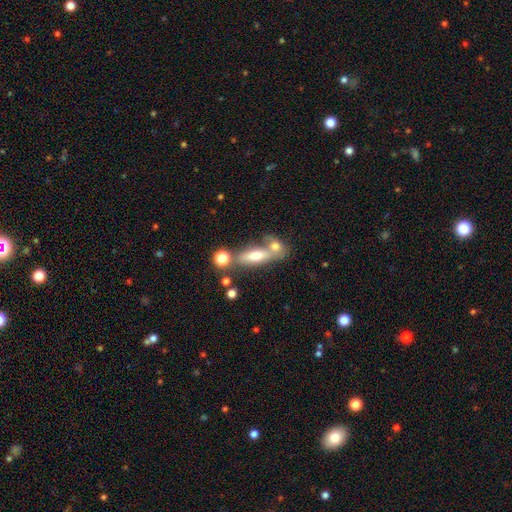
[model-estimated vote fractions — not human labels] Overall: smooth (59%; featured or disk 31%). How rounded: in between (54%; cigar-shaped 40%). Merging: none (42%, tied with merger).